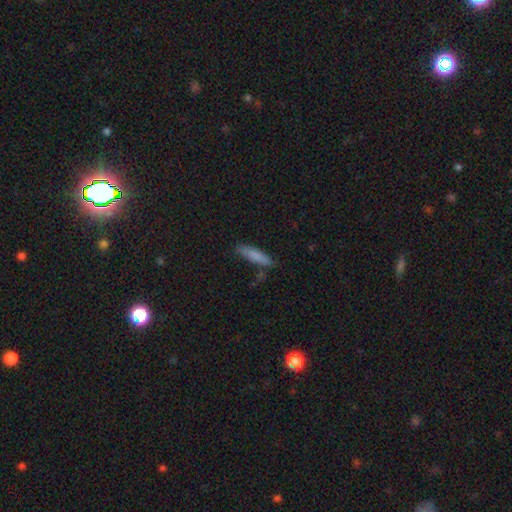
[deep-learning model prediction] This is clearly a smooth galaxy (81%). How rounded: likely cigar-shaped (73%). Merging: likely none (72%).